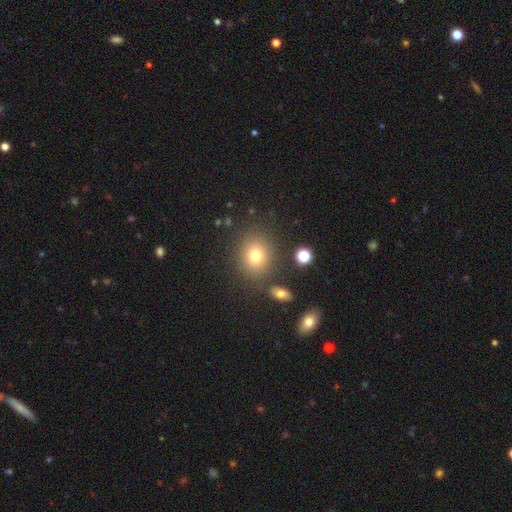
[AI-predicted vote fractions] The model was most divided on "how rounded": round: 70%, in between: 29%, cigar-shaped: 1%. More confident: merging — none (82%); smooth or featured — smooth (75%).